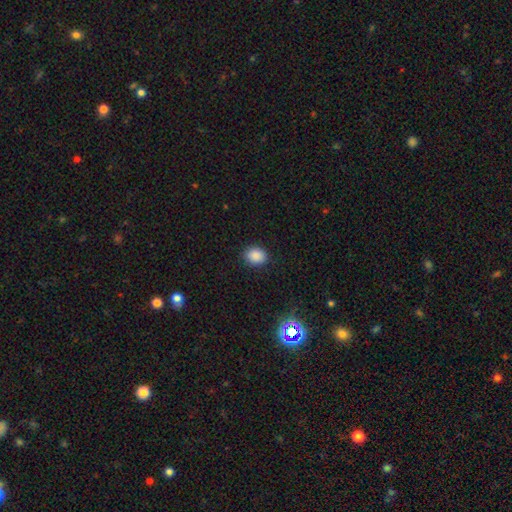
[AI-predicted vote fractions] This is clearly a smooth galaxy (87%). How rounded: possibly round (55%). Merging: clearly none (88%).